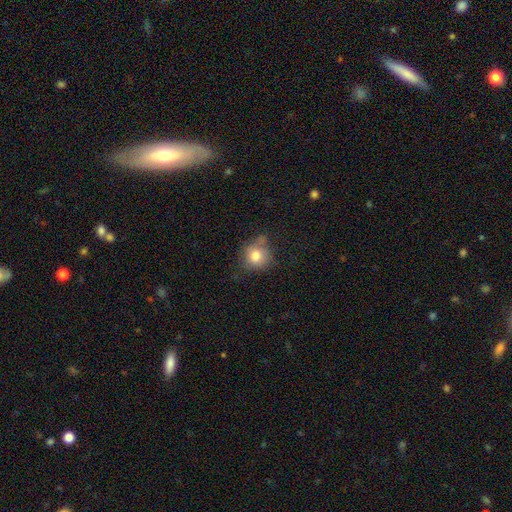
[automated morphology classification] type=smooth (80%); roundness=round (86%); merging=none (60%).